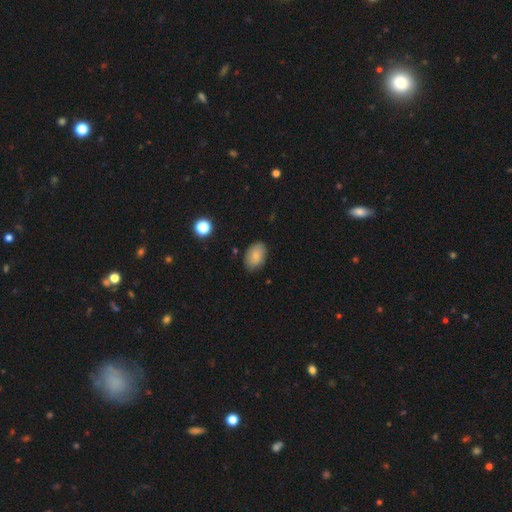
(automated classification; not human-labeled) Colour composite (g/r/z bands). It shows a smooth galaxy with no disk features (82%) that is in between round and cigar-shaped (87%). Merging: none (83%).